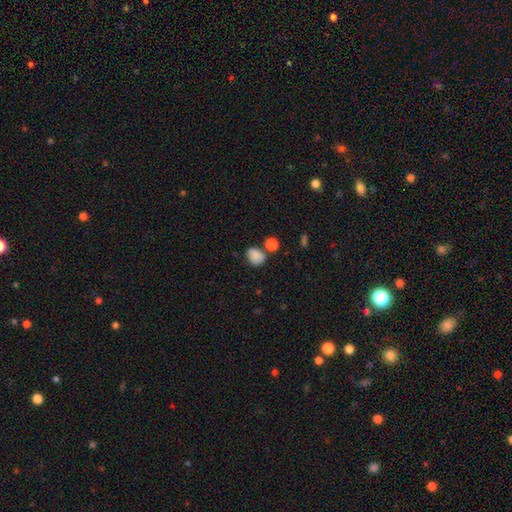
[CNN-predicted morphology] type=smooth (85%); roundness=in between (57%); merging=none (62%).